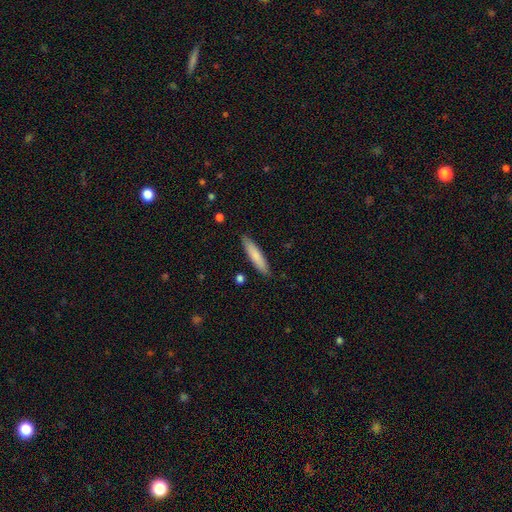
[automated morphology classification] Smooth or featured? Predicted: smooth (p=0.81). How rounded? Predicted: cigar-shaped (p=0.84). Merging? Predicted: none (p=0.89).